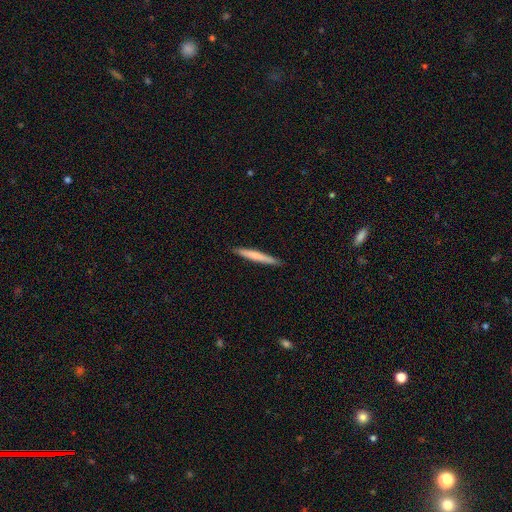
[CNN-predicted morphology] Smooth or featured: smooth — 68% (featured or disk — 27%)
How rounded: cigar-shaped — 97% (in between — 2%)
Merging: none — 92% (minor disturbance — 6%)